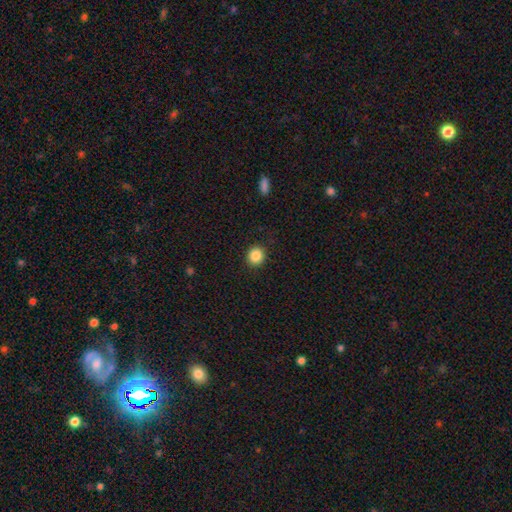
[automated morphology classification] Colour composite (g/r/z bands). It shows a smooth galaxy with no disk features (86%) that is round (86%). Merging: none (91%).